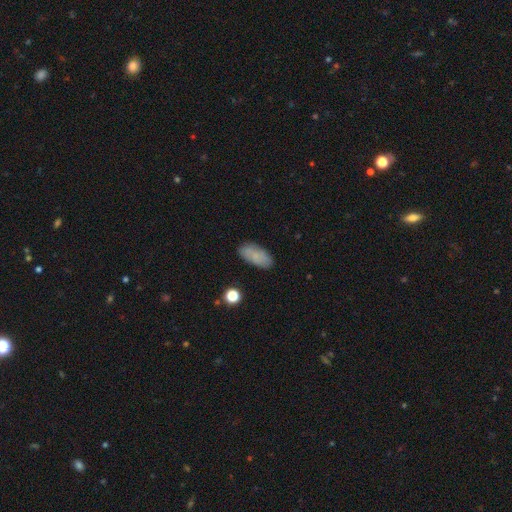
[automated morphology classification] smooth-or-featured: smooth: 78% | featured or disk: 14% | star or artifact: 8%
  how-rounded: in between: 90% | cigar-shaped: 7% | round: 3%
  merging: none: 81% | minor disturbance: 13% | major disturbance: 3% | merger: 2%